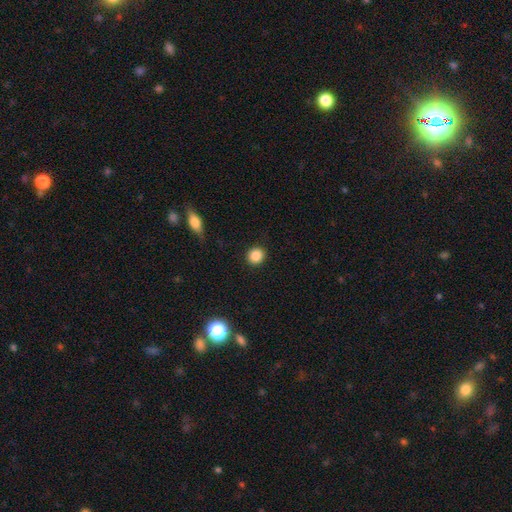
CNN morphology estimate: smooth-or-featured: smooth: 86% | star or artifact: 10% | featured or disk: 4%
  how-rounded: round: 88% | in between: 11% | cigar-shaped: 1%
  merging: none: 90% | minor disturbance: 6% | major disturbance: 2% | merger: 1%